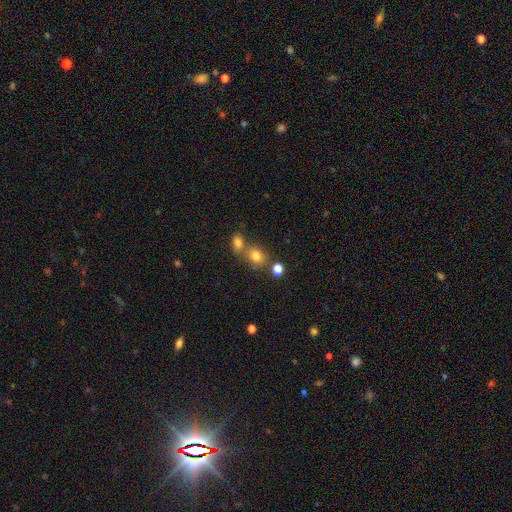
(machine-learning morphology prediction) smooth_or_featured: smooth (p=0.78) [alt: star or artifact p=0.13]
how_rounded: round (p=0.56) [alt: in between p=0.43]
merging: none (p=0.51) [alt: merger p=0.34]